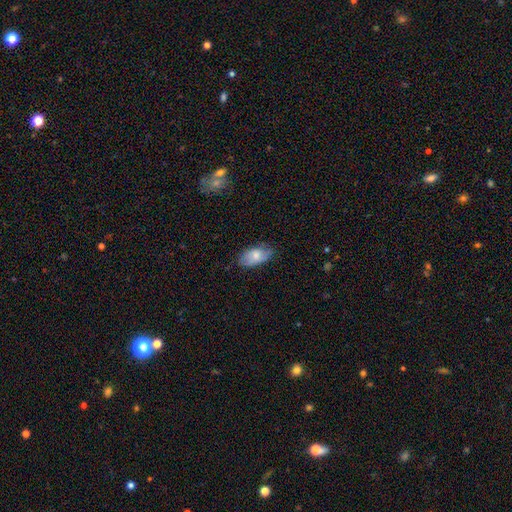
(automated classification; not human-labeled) A smooth galaxy with no disk features (73%) that is in between round and cigar-shaped (93%). Merging: none (66%).